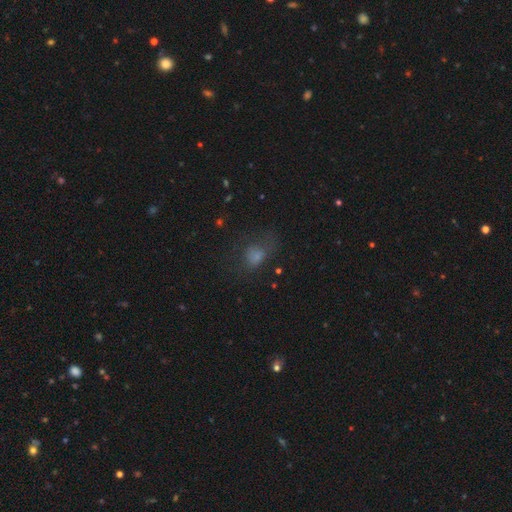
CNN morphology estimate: Smooth or featured?
  - smooth: 65% *
  - star or artifact: 20%
  - featured or disk: 15%
How rounded?
  - in between: 55% *
  - round: 44%
  - cigar-shaped: 2%
Merging?
  - none: 44% *
  - major disturbance: 31%
  - minor disturbance: 22%
  - merger: 3%